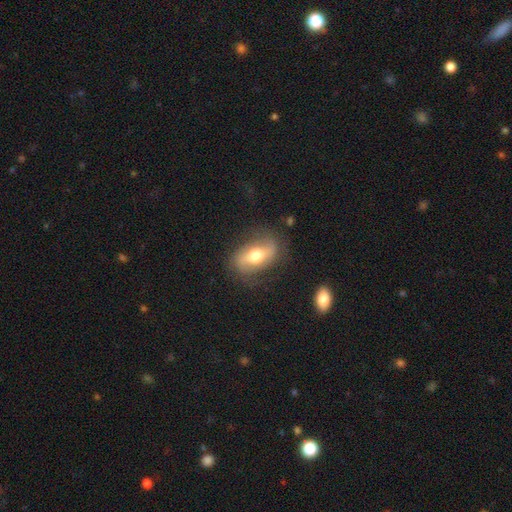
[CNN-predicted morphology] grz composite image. It shows a featured or disk galaxy (58%). Merging: none (74%).